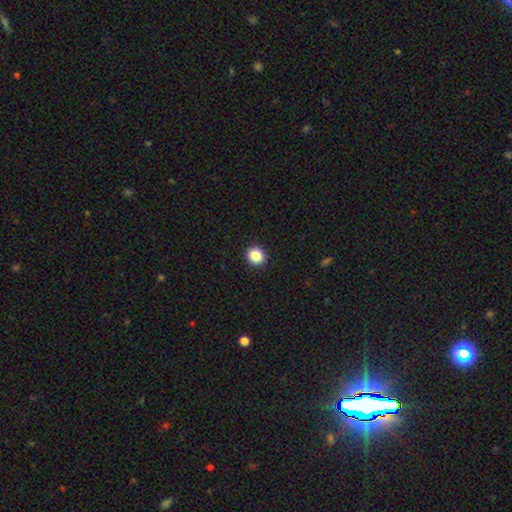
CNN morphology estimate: smooth 87%, star or artifact 10%, featured or disk 4%. Down the decision tree: how rounded — round (74%); merging — none (92%).